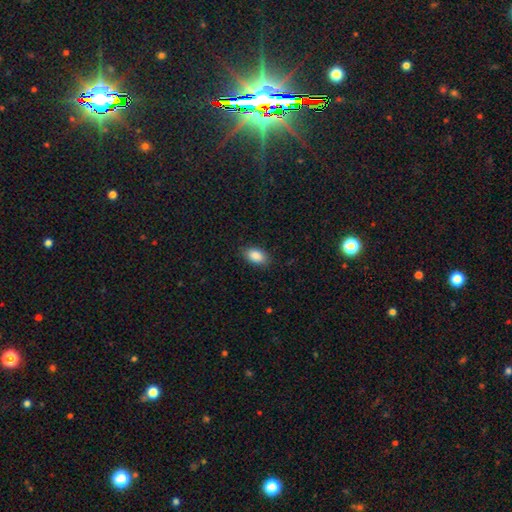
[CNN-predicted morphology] Smooth or featured: smooth — 88% (star or artifact — 7%)
How rounded: in between — 92% (round — 6%)
Merging: none — 85% (minor disturbance — 11%)